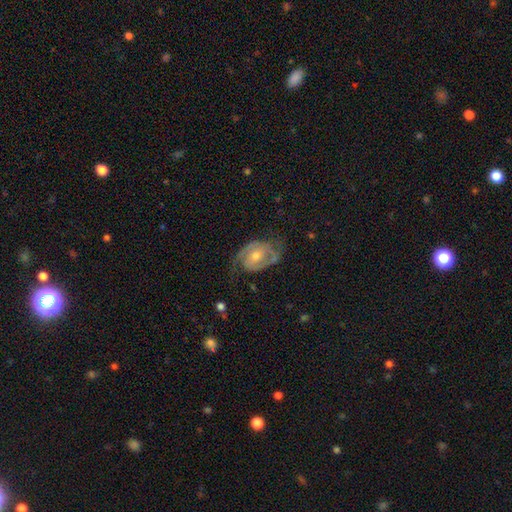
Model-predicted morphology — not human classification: type=featured or disk (82%); edge-on=no (97%); bar=no (53%); spiral arms=yes (91%); winding=medium (45%); arm count=2 (82%); bulge=moderate (59%); merging=none (65%).